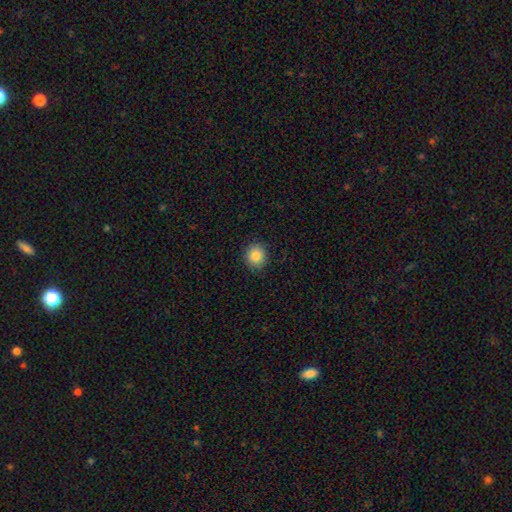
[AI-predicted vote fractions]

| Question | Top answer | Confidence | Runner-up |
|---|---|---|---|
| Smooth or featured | smooth | 85% | star or artifact (9%) |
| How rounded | round | 81% | in between (18%) |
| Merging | none | 90% | minor disturbance (7%) |